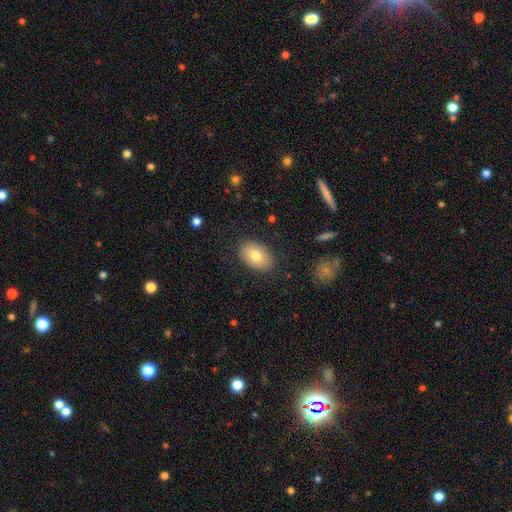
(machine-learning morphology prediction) The model was most divided on "smooth or featured": smooth: 78%, featured or disk: 15%, star or artifact: 7%. More confident: how rounded — in between (88%); merging — none (86%).